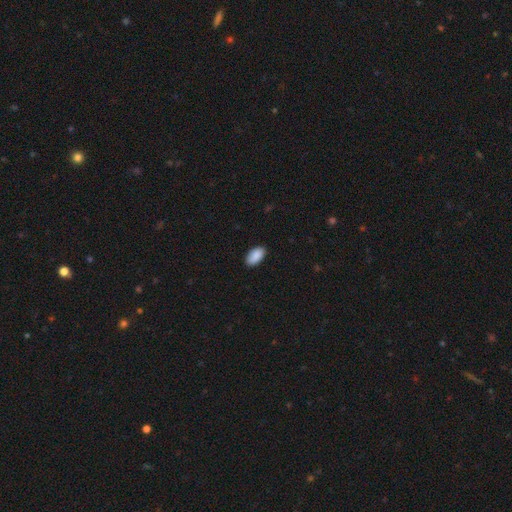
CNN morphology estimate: A smooth galaxy with no disk features (90%) that is in between round and cigar-shaped (95%).

Vote fractions:
- Smooth or featured? smooth: 90% / star or artifact: 6% / featured or disk: 3%
- How rounded? in between: 95% / cigar-shaped: 3% / round: 2%
- Merging? none: 88% / minor disturbance: 10% / major disturbance: 2% / merger: 1%